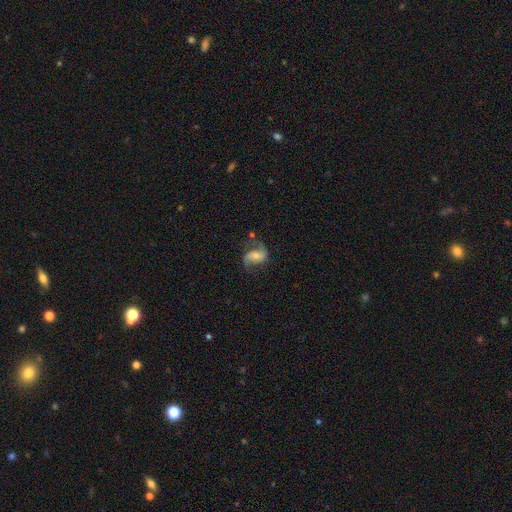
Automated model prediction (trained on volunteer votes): This appears to be a featured or disk galaxy (72%) with a weak bar (41%), 2 (86%) loose (52%) spiral arms (92%) and a small central bulge (45%). Merging: none (58%).